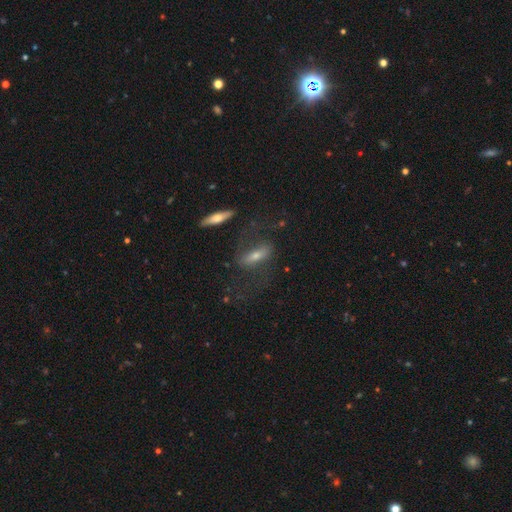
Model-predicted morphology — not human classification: This is likely a featured or disk galaxy (62%). It is likely not viewed edge-on (61%). Merging: possibly none (56%).